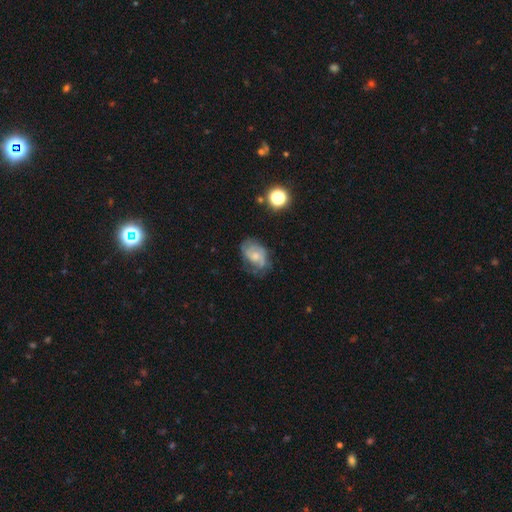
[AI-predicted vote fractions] smooth_or_featured: featured or disk (p=0.57) [alt: smooth p=0.34]
disk_edge_on: no (p=0.97) [alt: yes p=0.03]
bar: no (p=0.71) [alt: weak p=0.25]
has_spiral_arms: yes (p=0.78) [alt: no p=0.22]
bulge_size: small (p=0.45) [alt: moderate p=0.39]
merging: none (p=0.54) [alt: minor disturbance p=0.28]